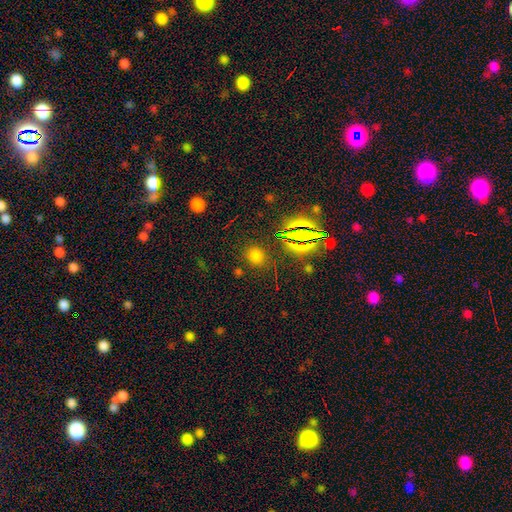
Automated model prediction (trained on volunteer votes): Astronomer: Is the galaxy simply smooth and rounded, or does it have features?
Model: smooth — 66%.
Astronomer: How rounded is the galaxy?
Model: round — 72%.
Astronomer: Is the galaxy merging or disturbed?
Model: none — 82%.